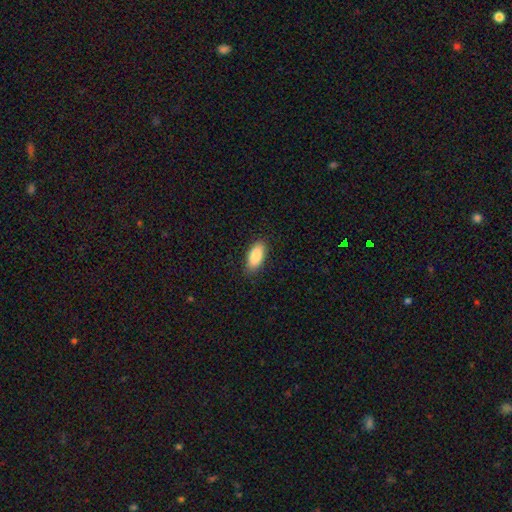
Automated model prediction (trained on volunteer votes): A smooth galaxy with no disk features (88%) that is in between round and cigar-shaped (87%).

Vote fractions:
- Smooth or featured? smooth: 88% / star or artifact: 6% / featured or disk: 6%
- How rounded? in between: 87% / cigar-shaped: 11% / round: 2%
- Merging? none: 88% / minor disturbance: 9% / major disturbance: 2% / merger: 1%